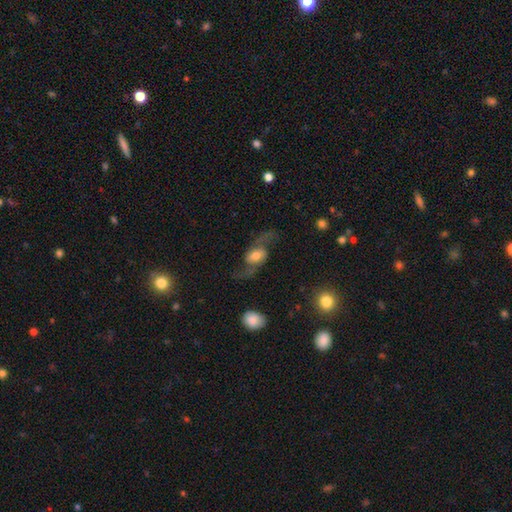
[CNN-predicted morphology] smooth-or-featured: featured or disk: 79% | smooth: 15% | star or artifact: 7%
  disk-edge-on: no: 92% | yes: 8%
    bar: no: 43% | weak: 39% | strong: 18%
    has-spiral-arms: yes: 92% | no: 8%
      spiral-winding: loose: 78% | medium: 17% | tight: 5%
      spiral-arm-count: 2: 94% | can't tell: 2% | 1: 2% | 3: 1% | 4: 1% | more than 4: 1%
    bulge-size: moderate: 57% | large: 19% | small: 19% | dominant: 3% | none: 2%
  merging: none: 69% | major disturbance: 15% | minor disturbance: 14% | merger: 3%